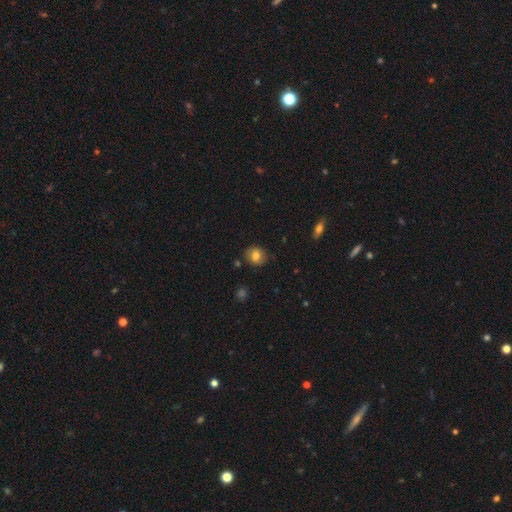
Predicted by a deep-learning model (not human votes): Q: Smooth or featured?
A: smooth (78%); runner-up: featured or disk (12%)
Q: How rounded?
A: round (73%); runner-up: in between (26%)
Q: Merging?
A: none (83%); runner-up: minor disturbance (12%)